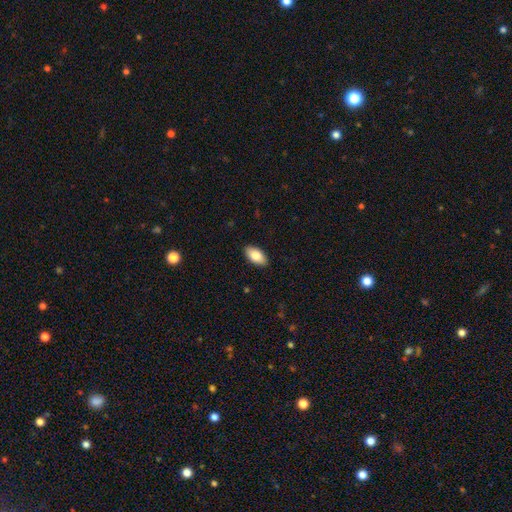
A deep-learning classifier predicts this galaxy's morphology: Smooth or featured?
  - smooth: 82% *
  - featured or disk: 11%
  - star or artifact: 6%
How rounded?
  - in between: 93% *
  - cigar-shaped: 4%
  - round: 3%
Merging?
  - none: 90% *
  - minor disturbance: 8%
  - major disturbance: 2%
  - merger: 1%